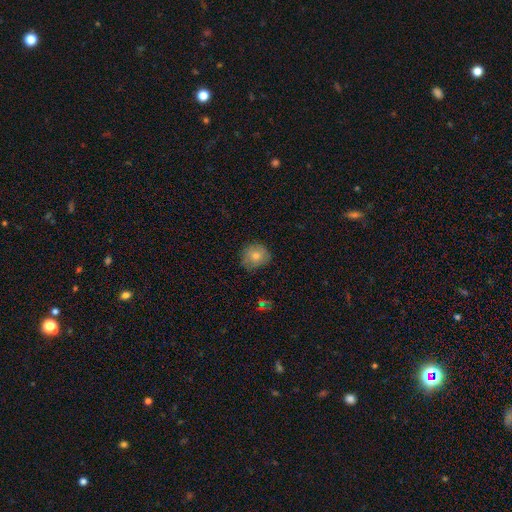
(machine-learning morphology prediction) The model was most divided on "merging": none: 78%, minor disturbance: 17%, major disturbance: 4%, merger: 1%. More confident: how rounded — round (88%); smooth or featured — smooth (75%).